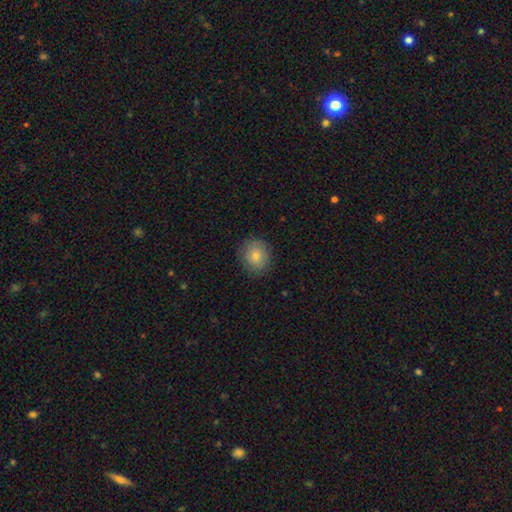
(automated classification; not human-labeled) A smooth galaxy with no disk features (78%) that is round (79%).

Vote fractions:
- Smooth or featured? smooth: 78% / featured or disk: 12% / star or artifact: 11%
- How rounded? round: 79% / in between: 20% / cigar-shaped: 1%
- Merging? none: 88% / minor disturbance: 9% / major disturbance: 2% / merger: 1%